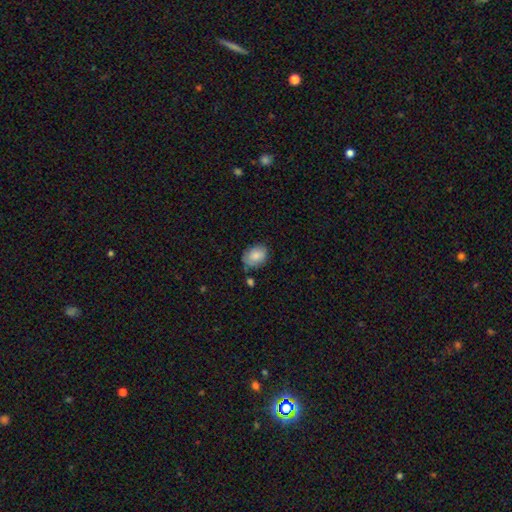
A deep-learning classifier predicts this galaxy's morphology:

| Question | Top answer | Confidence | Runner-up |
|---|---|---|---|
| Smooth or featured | smooth | 80% | featured or disk (13%) |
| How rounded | in between | 68% | round (31%) |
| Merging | none | 66% | minor disturbance (23%) |